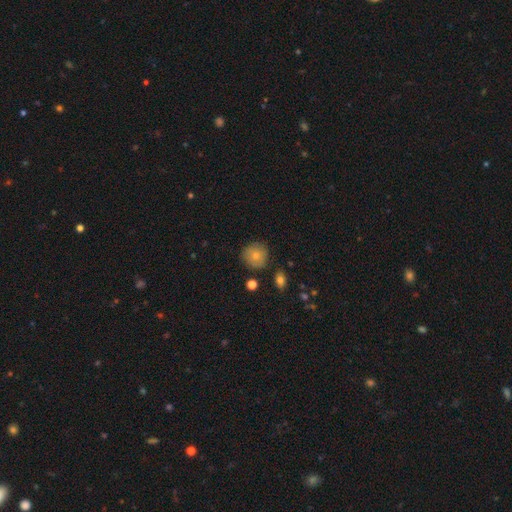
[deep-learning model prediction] A smooth galaxy with no disk features (76%) that is round (91%). Merging: none (80%).